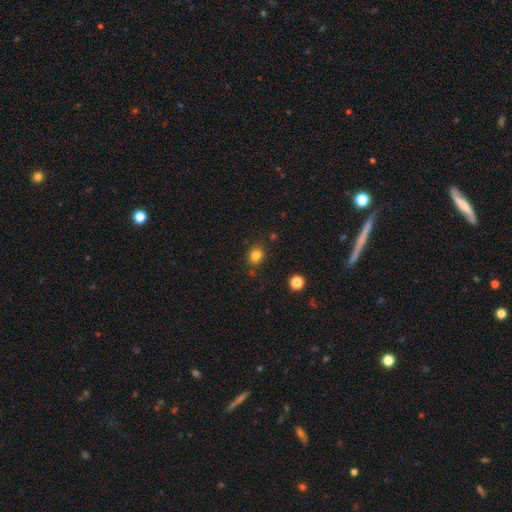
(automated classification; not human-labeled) This appears to be a smooth galaxy with no disk features (81%) that is round (63%). Merging: none (80%).